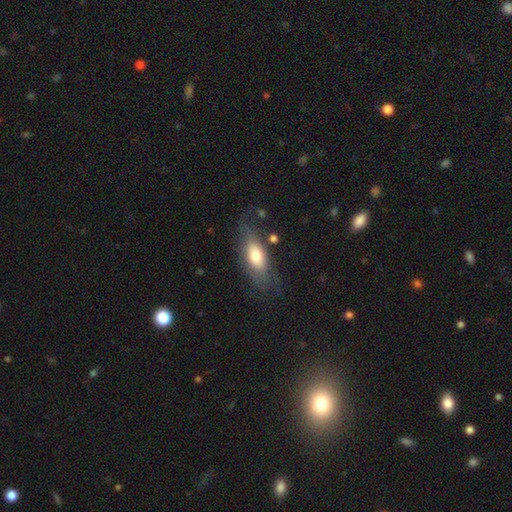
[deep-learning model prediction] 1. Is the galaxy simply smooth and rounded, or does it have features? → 65% smooth, 28% featured or disk, 7% star or artifact.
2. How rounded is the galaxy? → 78% in between, 18% cigar-shaped, 4% round.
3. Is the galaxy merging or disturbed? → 64% none, 21% minor disturbance, 12% major disturbance, 3% merger.